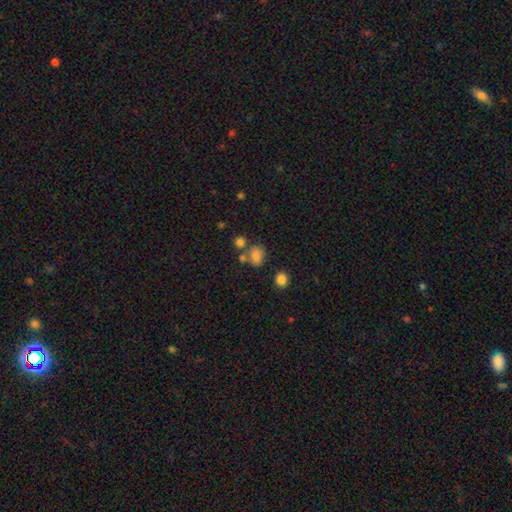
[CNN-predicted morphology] A smooth galaxy with no disk features (77%) that is in between round and cigar-shaped (51%).

Vote fractions:
- Smooth or featured? smooth: 77% / star or artifact: 14% / featured or disk: 9%
- How rounded? in between: 51% / round: 48% / cigar-shaped: 1%
- Merging? none: 58% / merger: 20% / minor disturbance: 16% / major disturbance: 6%